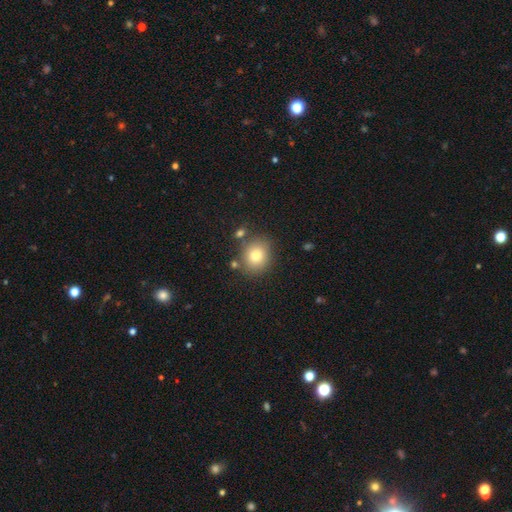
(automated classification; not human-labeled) Morphology: type=smooth (79%); roundness=round (71%); merging=none (79%).